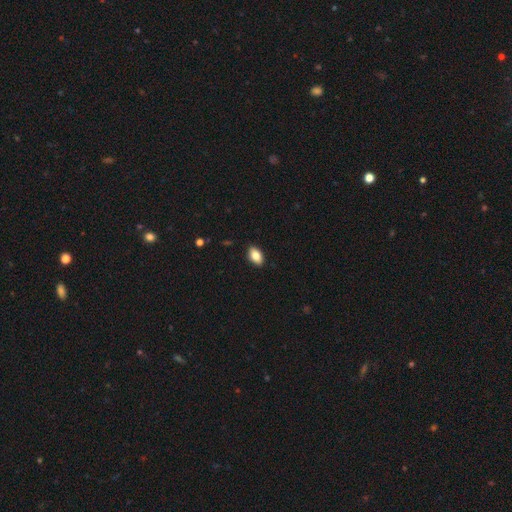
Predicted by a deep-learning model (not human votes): This is clearly a smooth galaxy (84%). How rounded: clearly in between (91%). Merging: clearly none (89%).